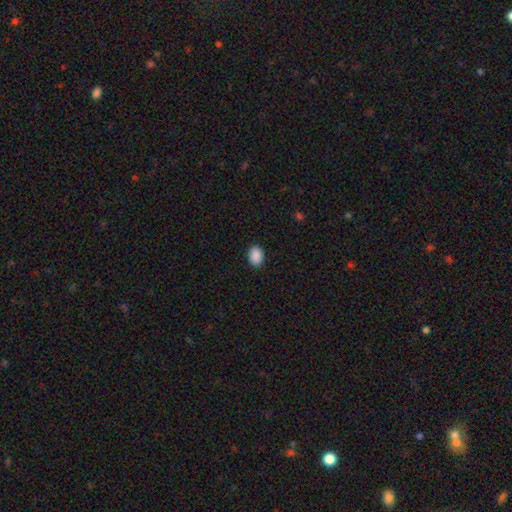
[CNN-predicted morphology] smooth_or_featured: smooth (p=0.90) [alt: star or artifact p=0.07]
how_rounded: in between (p=0.80) [alt: round p=0.19]
merging: none (p=0.90) [alt: minor disturbance p=0.07]